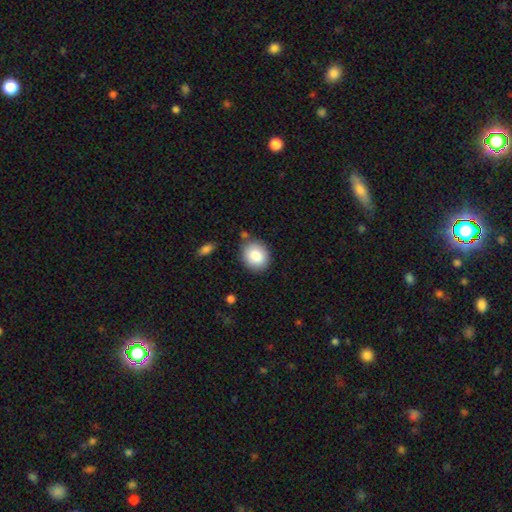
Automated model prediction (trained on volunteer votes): Smooth or featured? smooth (86%)
How rounded? round (68%)
Merging? none (82%)